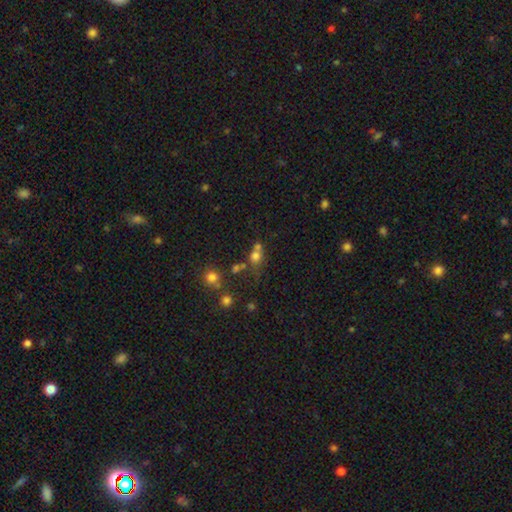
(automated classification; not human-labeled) smooth 70%, star or artifact 17%, featured or disk 13%. Down the decision tree: how rounded — round (63%); merging — none (41%).